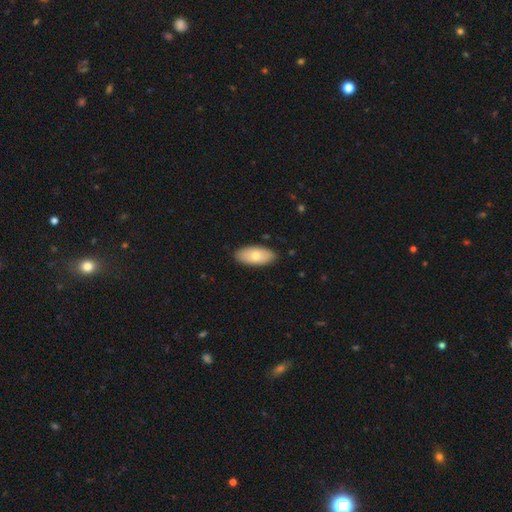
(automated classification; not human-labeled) A smooth galaxy with no disk features (73%) that is in between round and cigar-shaped (91%).

Vote fractions:
- Smooth or featured? smooth: 73% / featured or disk: 22% / star or artifact: 6%
- How rounded? in between: 91% / cigar-shaped: 6% / round: 3%
- Merging? none: 87% / minor disturbance: 10% / major disturbance: 2% / merger: 1%